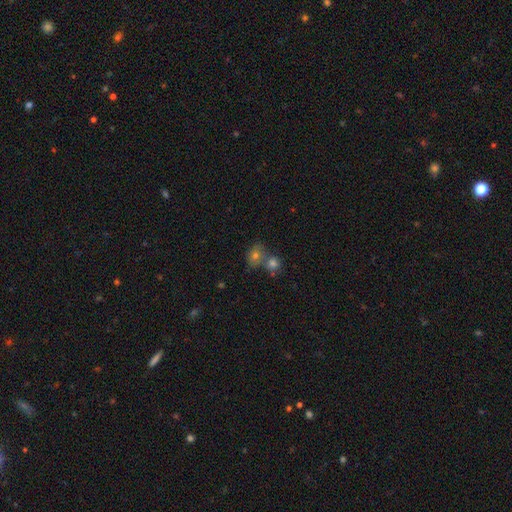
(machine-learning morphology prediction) type=smooth (63%); roundness=round (73%); merging=none (50%).